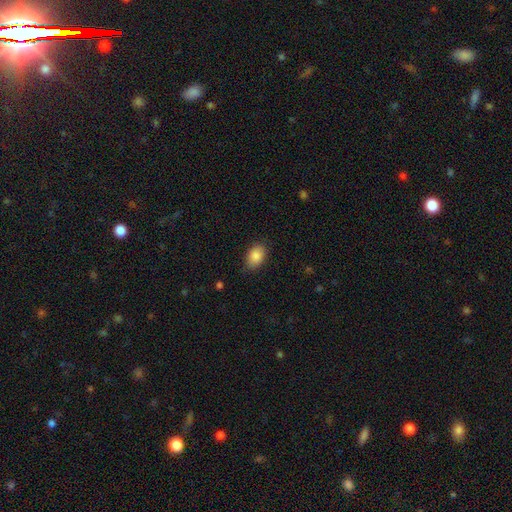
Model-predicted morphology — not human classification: Overall: smooth (87%). How rounded: in between (86%). Merging: none (82%).